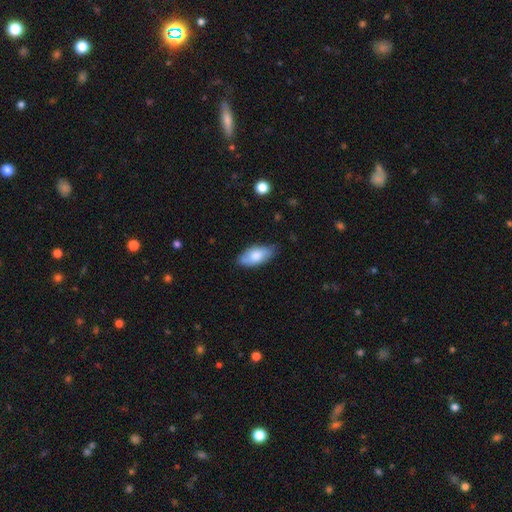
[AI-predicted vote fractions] smooth 76%, featured or disk 18%, star or artifact 6%. Down the decision tree: how rounded — in between (90%); merging — none (76%).